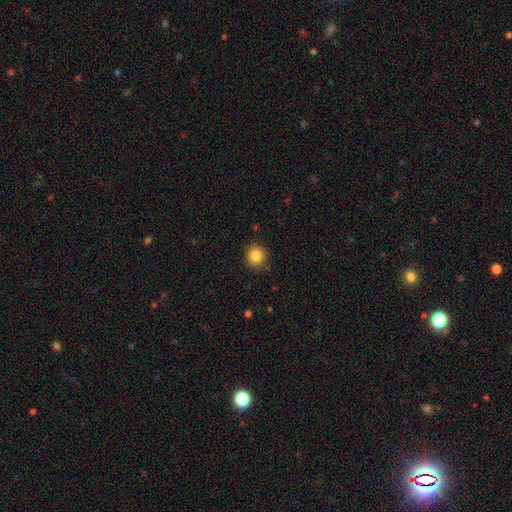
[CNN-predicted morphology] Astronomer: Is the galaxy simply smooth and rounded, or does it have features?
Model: smooth — 83%.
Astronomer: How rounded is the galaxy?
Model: round — 91%.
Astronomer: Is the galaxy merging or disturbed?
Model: none — 90%.